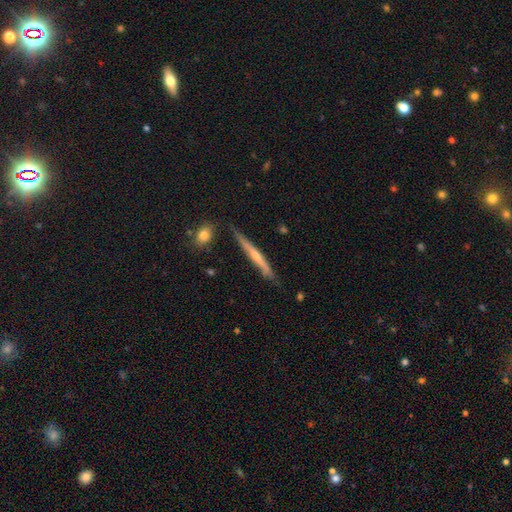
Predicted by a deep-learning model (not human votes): Smooth or featured?
  - featured or disk: 60% *
  - smooth: 34%
  - star or artifact: 6%
Edge-on disk?
  - yes: 96% *
  - no: 4%
Edge-on bulge?
  - rounded: 49% *
  - none: 44%
  - boxy: 7%
Merging?
  - none: 83% *
  - minor disturbance: 12%
  - merger: 2%
  - major disturbance: 2%